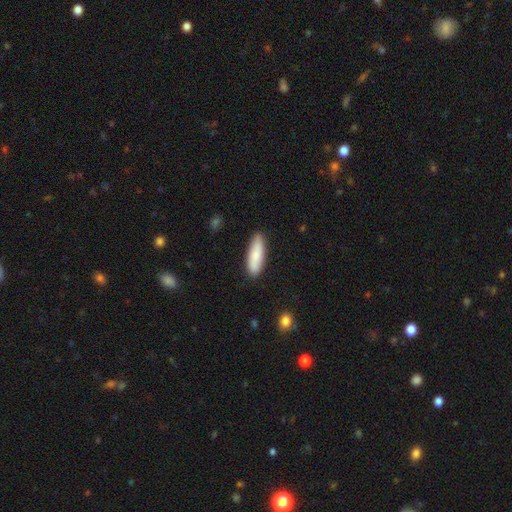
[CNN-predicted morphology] A smooth galaxy with no disk features (79%) that is cigar-shaped (49%, tied with in between). Merging: none (86%).